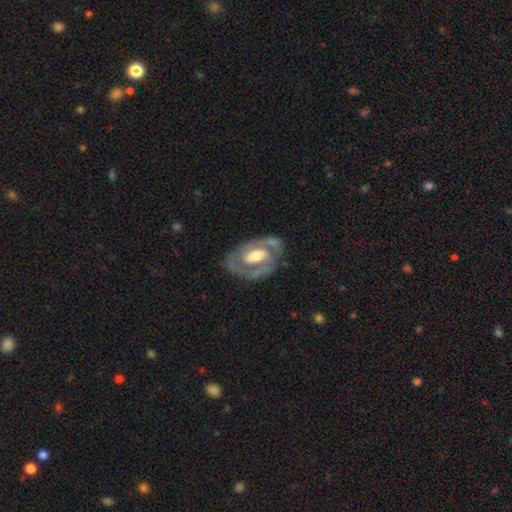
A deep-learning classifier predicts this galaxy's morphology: type=featured or disk (79%); edge-on=no (95%); bar=weak (37%); spiral arms=yes (74%); winding=tight (47%); arm count=2 (75%); bulge=moderate (55%); merging=none (72%).